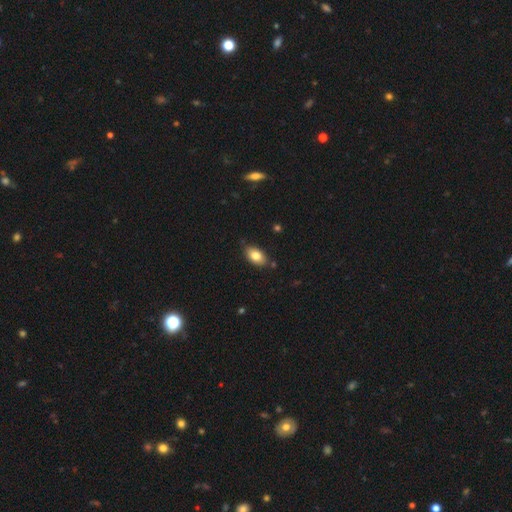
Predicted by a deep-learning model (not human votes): Smooth or featured?
  - smooth: 82% *
  - featured or disk: 11%
  - star or artifact: 8%
How rounded?
  - in between: 91% *
  - round: 7%
  - cigar-shaped: 2%
Merging?
  - none: 81% *
  - minor disturbance: 15%
  - merger: 2%
  - major disturbance: 2%